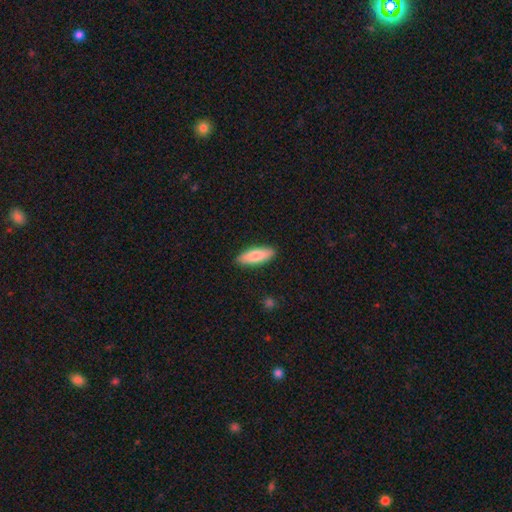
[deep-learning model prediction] This appears to be a smooth galaxy with no disk features (81%) that is in between round and cigar-shaped (57%). Merging: none (89%).